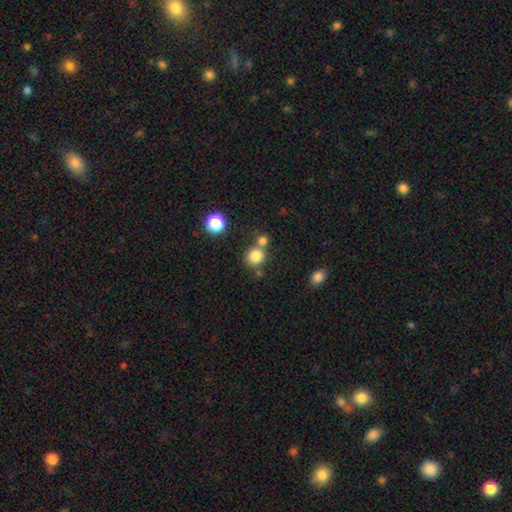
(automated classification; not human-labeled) A smooth galaxy with no disk features (82%) that is round (85%).

Vote fractions:
- Smooth or featured? smooth: 82% / star or artifact: 12% / featured or disk: 6%
- How rounded? round: 85% / in between: 14% / cigar-shaped: 1%
- Merging? none: 62% / merger: 25% / minor disturbance: 9% / major disturbance: 4%